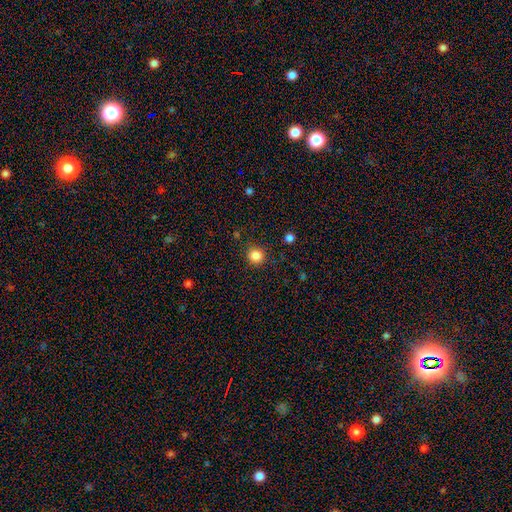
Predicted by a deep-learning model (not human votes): The model was most divided on "smooth or featured": smooth: 85%, star or artifact: 11%, featured or disk: 4%. More confident: how rounded — round (90%); merging — none (88%).